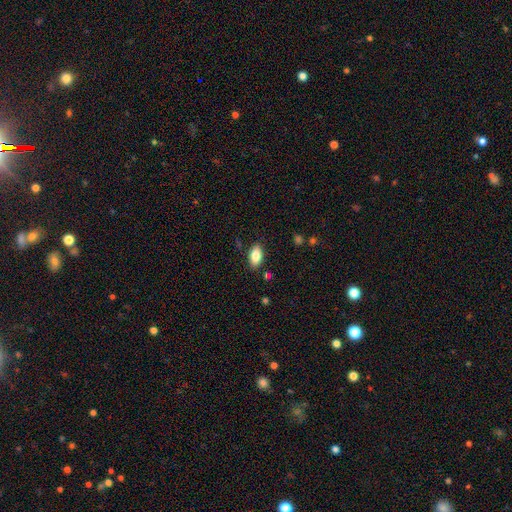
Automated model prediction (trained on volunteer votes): smooth 84%, featured or disk 9%, star or artifact 7%. Down the decision tree: how rounded — in between (92%); merging — none (85%).